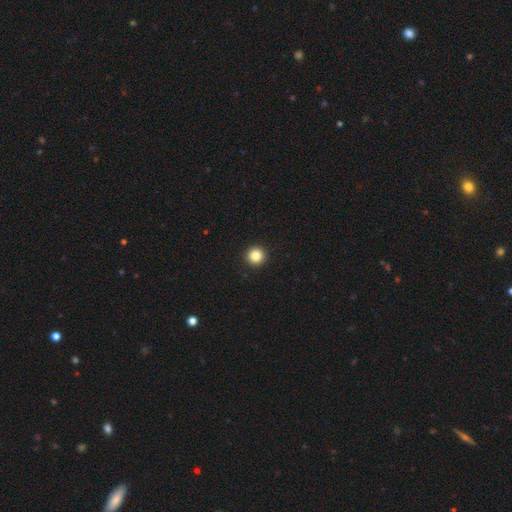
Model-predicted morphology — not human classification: This appears to be a smooth galaxy with no disk features (85%) that is round (96%). Merging: none (94%).